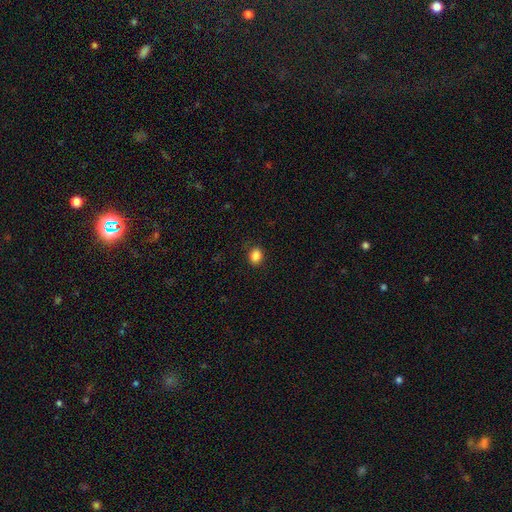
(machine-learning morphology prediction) Smooth or featured?
  - smooth: 87% *
  - star or artifact: 10%
  - featured or disk: 3%
How rounded?
  - in between: 51% *
  - round: 48%
  - cigar-shaped: 1%
Merging?
  - none: 87% *
  - minor disturbance: 10%
  - major disturbance: 3%
  - merger: 1%